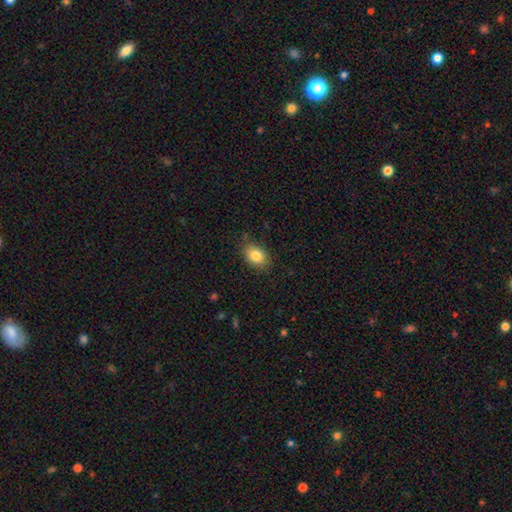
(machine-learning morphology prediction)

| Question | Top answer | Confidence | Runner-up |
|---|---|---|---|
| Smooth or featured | smooth | 83% | star or artifact (9%) |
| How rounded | in between | 73% | round (26%) |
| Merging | none | 83% | minor disturbance (13%) |